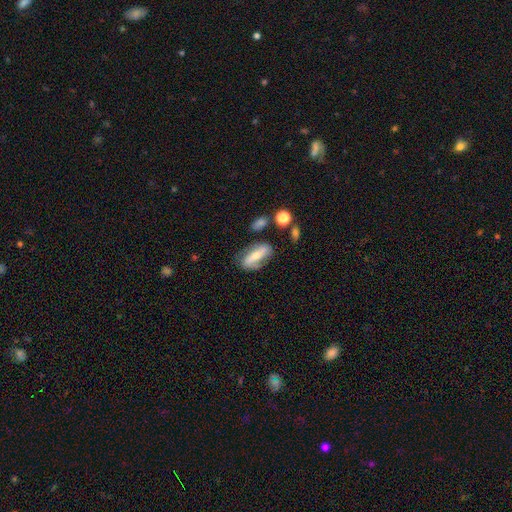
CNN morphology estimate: This is possibly a featured or disk galaxy (53%). It is likely not viewed edge-on (77%). Merging: likely none (70%).